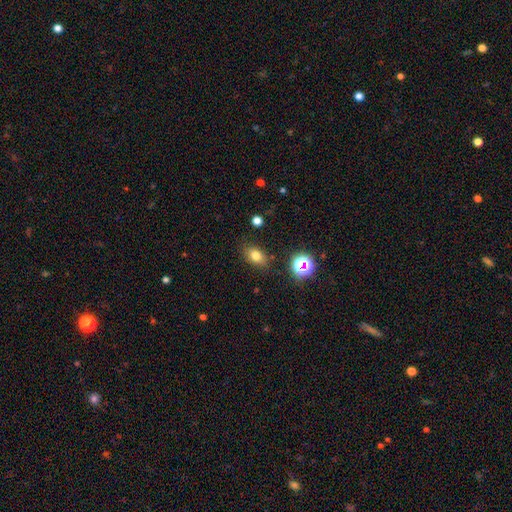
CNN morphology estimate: Overall: smooth (75%). How rounded: in between (78%). Merging: none (83%).